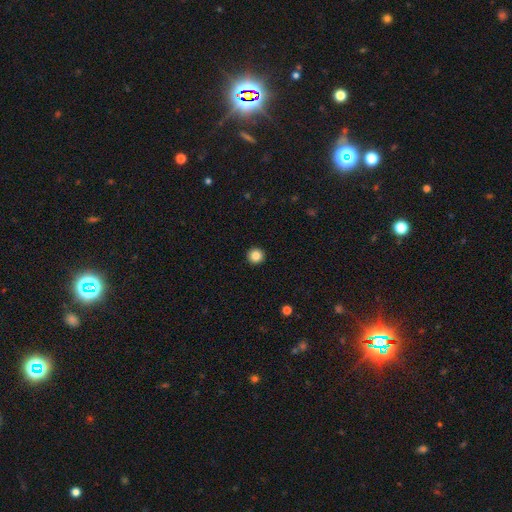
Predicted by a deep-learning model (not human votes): Smooth or featured? smooth (85%)
How rounded? round (96%)
Merging? none (94%)